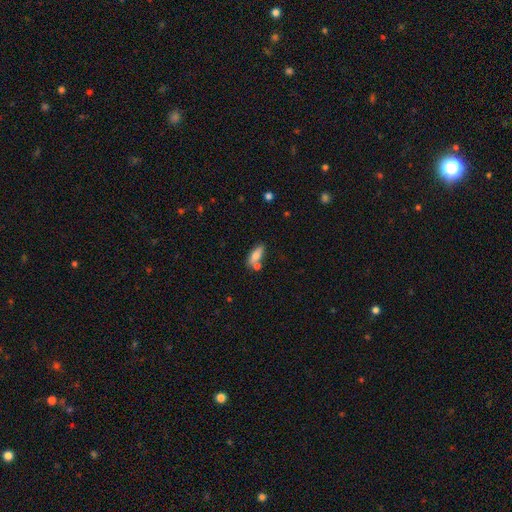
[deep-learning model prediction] smooth-or-featured: smooth: 72% | featured or disk: 21% | star or artifact: 7%
  how-rounded: in between: 69% | cigar-shaped: 28% | round: 3%
  merging: none: 61% | merger: 21% | minor disturbance: 14% | major disturbance: 4%